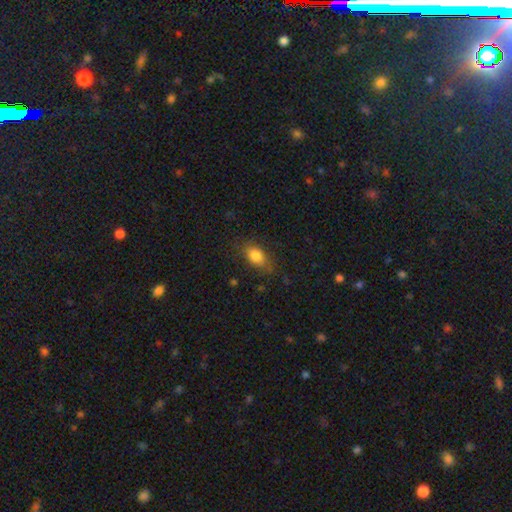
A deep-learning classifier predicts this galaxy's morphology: smooth 82%, star or artifact 10%, featured or disk 9%. Down the decision tree: how rounded — in between (80%); merging — none (75%).